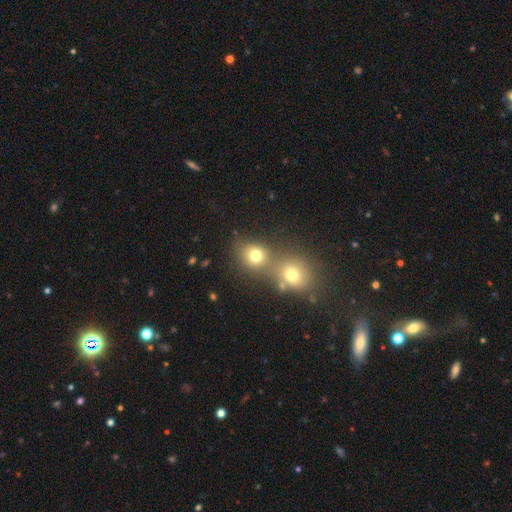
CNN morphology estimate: A smooth galaxy with no disk features (74%) that is round (78%).

Vote fractions:
- Smooth or featured? smooth: 74% / star or artifact: 16% / featured or disk: 10%
- How rounded? round: 78% / in between: 21% / cigar-shaped: 1%
- Merging? none: 47% / merger: 42% / minor disturbance: 7% / major disturbance: 4%